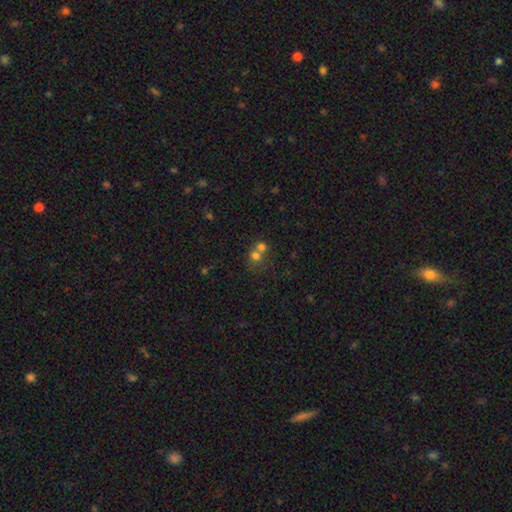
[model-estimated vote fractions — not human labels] The model was most divided on "merging": merger: 60%, none: 31%, minor disturbance: 6%, major disturbance: 3%. More confident: how rounded — round (76%); smooth or featured — smooth (69%).